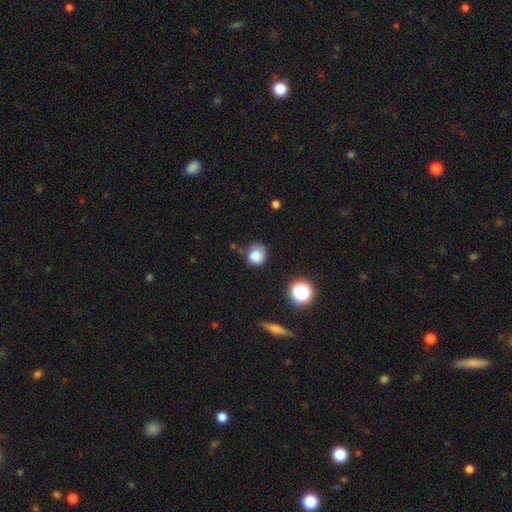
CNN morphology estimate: smooth 82%, star or artifact 12%, featured or disk 6%. Down the decision tree: how rounded — round (84%); merging — none (67%).